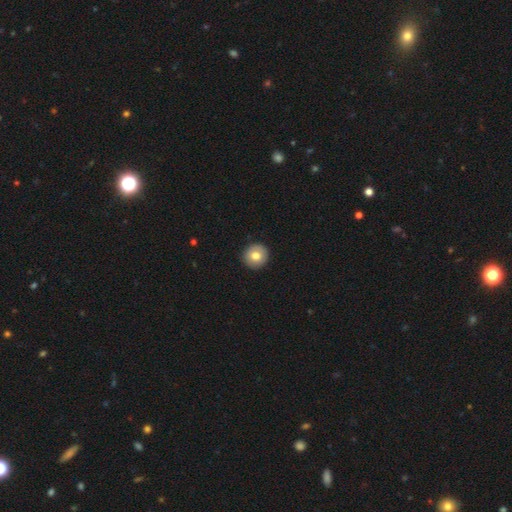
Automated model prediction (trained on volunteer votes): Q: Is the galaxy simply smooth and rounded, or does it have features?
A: smooth — 77%.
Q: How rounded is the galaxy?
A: round — 94%.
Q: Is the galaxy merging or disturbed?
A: none — 93%.